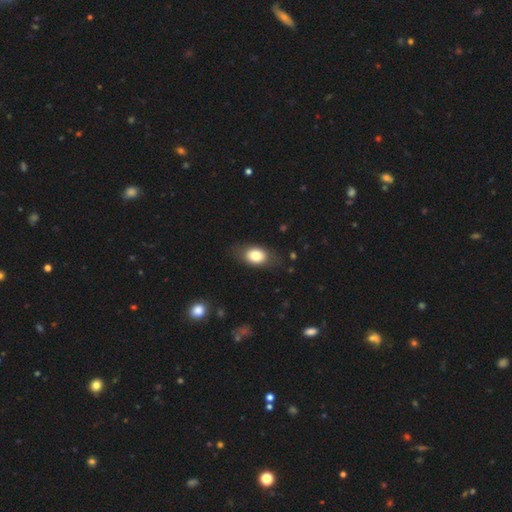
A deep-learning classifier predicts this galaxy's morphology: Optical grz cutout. It shows a smooth galaxy with no disk features (78%) that is in between round and cigar-shaped (80%). Merging: none (77%).